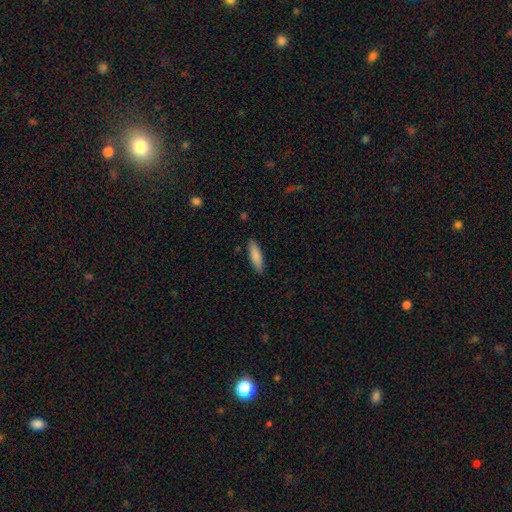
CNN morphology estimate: type=smooth (86%); roundness=cigar-shaped (57%); merging=none (88%).